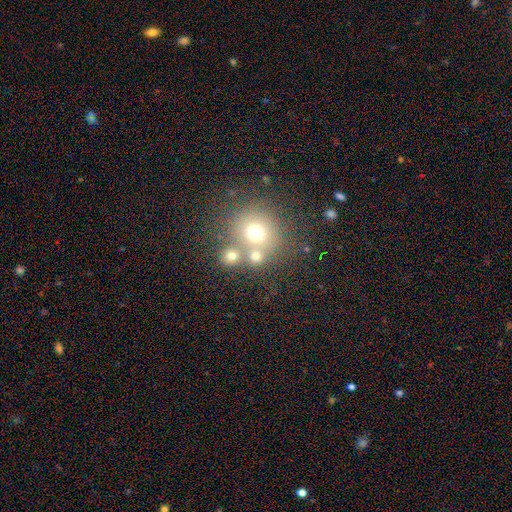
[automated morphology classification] The model was most divided on "merging": none: 55%, merger: 32%, minor disturbance: 8%, major disturbance: 5%. More confident: how rounded — round (85%); smooth or featured — smooth (68%).